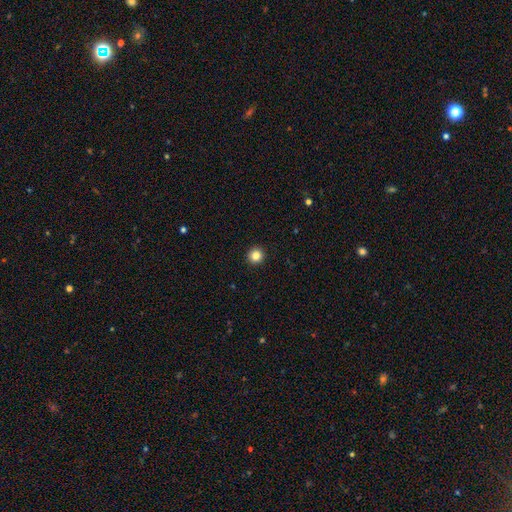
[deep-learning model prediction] Smooth or featured? smooth (84%)
How rounded? round (94%)
Merging? none (94%)